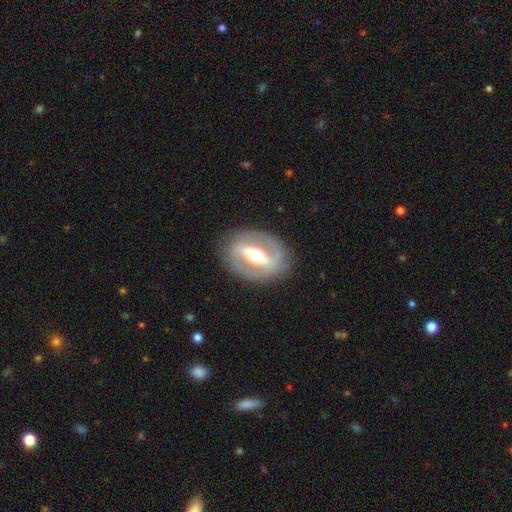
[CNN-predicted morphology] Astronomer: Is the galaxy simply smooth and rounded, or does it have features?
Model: featured or disk — 80%.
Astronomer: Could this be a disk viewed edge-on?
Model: no — 91%.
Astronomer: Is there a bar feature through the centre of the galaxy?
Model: strong — 68%.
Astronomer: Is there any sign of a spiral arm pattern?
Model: yes — 61% (runner-up: no, 39%).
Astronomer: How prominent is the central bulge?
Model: moderate — 66%.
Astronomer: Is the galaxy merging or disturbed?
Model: none — 84%.